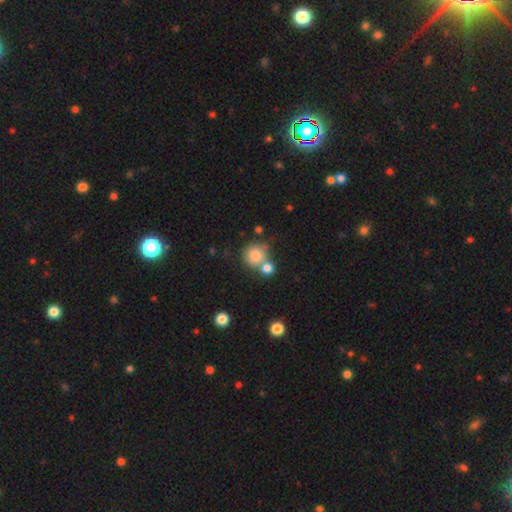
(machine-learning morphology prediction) A smooth galaxy with no disk features (82%) that is round (88%). Merging: none (48%).